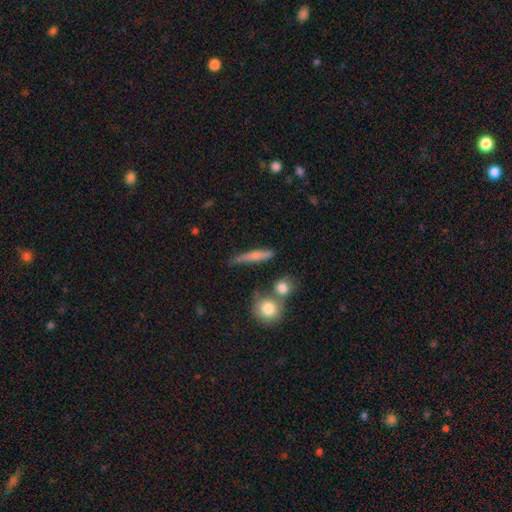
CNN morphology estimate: smooth_or_featured: smooth (p=0.63) [alt: featured or disk p=0.28]
how_rounded: cigar-shaped (p=0.83) [alt: in between p=0.11]
merging: none (p=0.66) [alt: minor disturbance p=0.18]